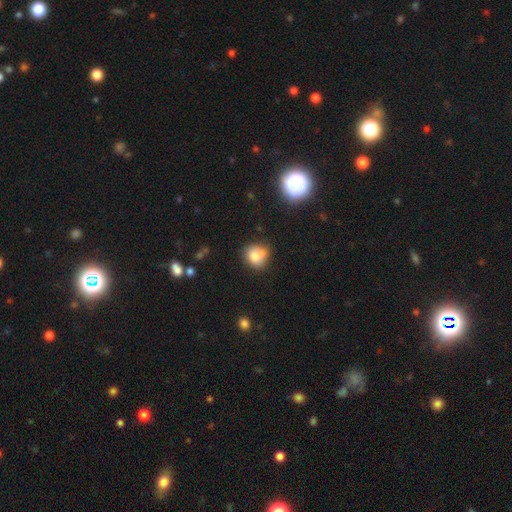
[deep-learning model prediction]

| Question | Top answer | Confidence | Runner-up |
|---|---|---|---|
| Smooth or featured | smooth | 78% | star or artifact (11%) |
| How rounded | round | 76% | in between (23%) |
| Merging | none | 55% | minor disturbance (24%) |